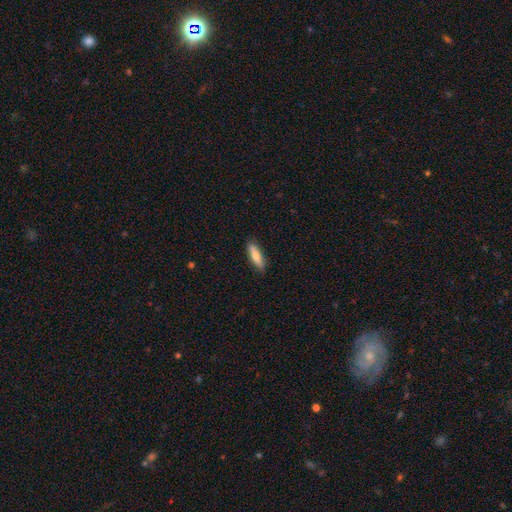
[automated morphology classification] A smooth galaxy with no disk features (72%) that is cigar-shaped (60%). Merging: none (87%).